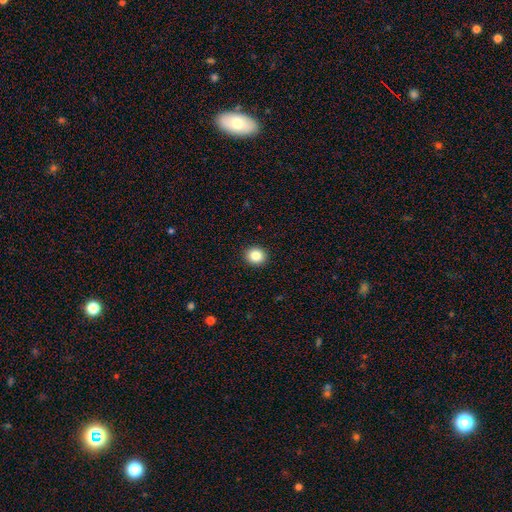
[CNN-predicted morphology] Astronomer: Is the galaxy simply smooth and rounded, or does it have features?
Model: smooth — 85%.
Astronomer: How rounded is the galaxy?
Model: round — 81%.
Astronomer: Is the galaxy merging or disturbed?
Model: none — 92%.